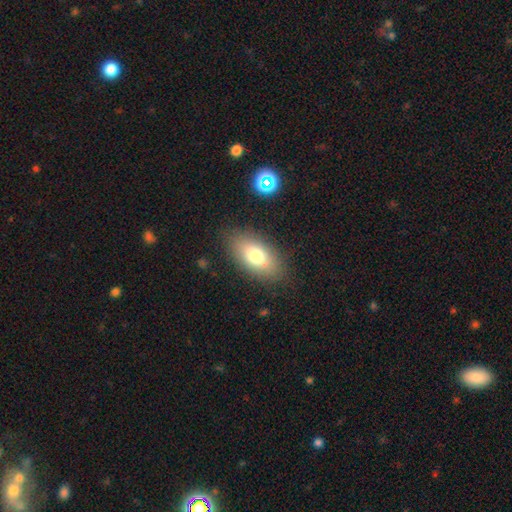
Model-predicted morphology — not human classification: The model was most divided on "smooth or featured": smooth: 75%, featured or disk: 16%, star or artifact: 9%. More confident: how rounded — in between (90%); merging — none (82%).